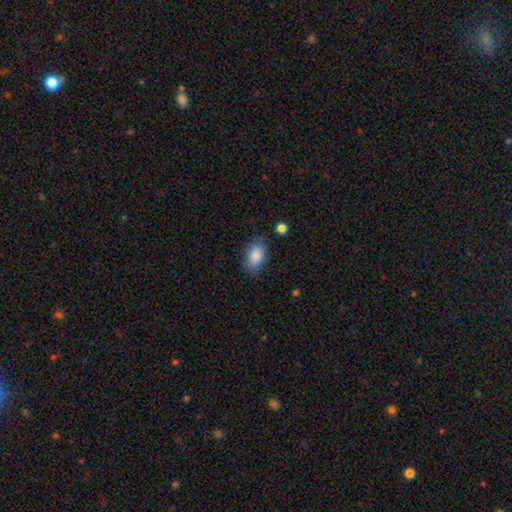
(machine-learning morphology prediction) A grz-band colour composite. It shows a smooth galaxy with no disk features (87%) that is in between round and cigar-shaped (92%). Merging: none (75%).